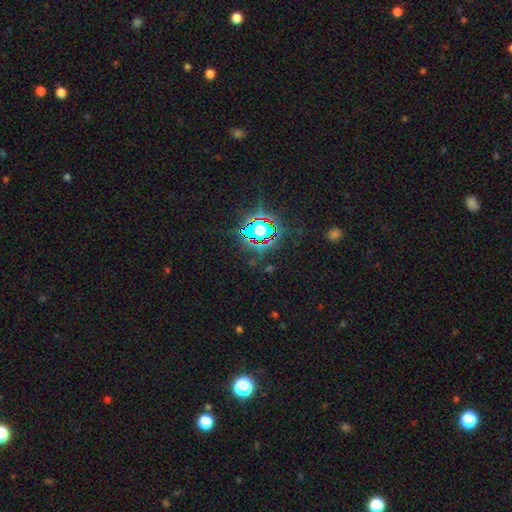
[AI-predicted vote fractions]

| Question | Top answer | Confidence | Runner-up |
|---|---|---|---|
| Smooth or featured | star or artifact | 82% | smooth (11%) |